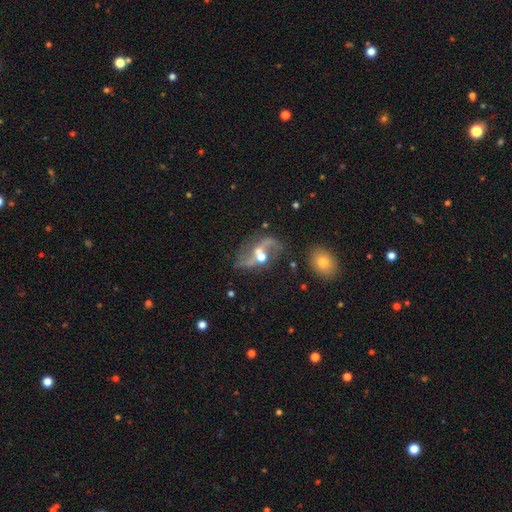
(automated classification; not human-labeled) Smooth or featured? Predicted: featured or disk (p=0.81). Edge-on disk? Predicted: no (p=0.94). Bar? Predicted: no (p=0.42). Spiral arms? Predicted: yes (p=0.89). Spiral winding? Predicted: loose (p=0.77). Spiral arm count? Predicted: 2 (p=0.88). Bulge size? Predicted: moderate (p=0.57). Merging? Predicted: none (p=0.56).